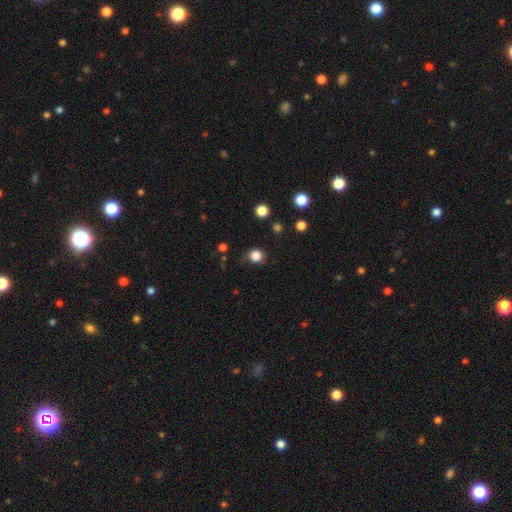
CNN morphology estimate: This appears to be a smooth galaxy with no disk features (83%) that is round (86%). Merging: none (81%).